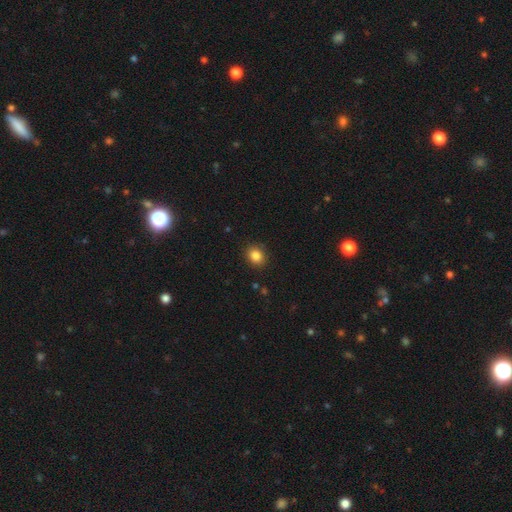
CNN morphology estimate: smooth_or_featured: smooth (p=0.85) [alt: star or artifact p=0.10]
how_rounded: round (p=0.63) [alt: in between p=0.36]
merging: none (p=0.89) [alt: minor disturbance p=0.08]